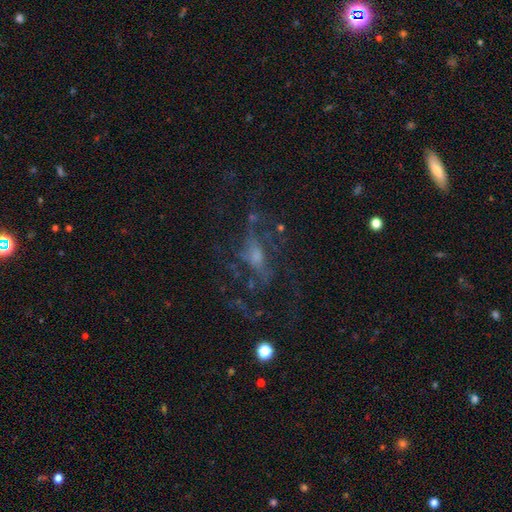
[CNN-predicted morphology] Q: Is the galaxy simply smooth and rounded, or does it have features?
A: featured or disk — 66%.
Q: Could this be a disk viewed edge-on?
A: no — 92%.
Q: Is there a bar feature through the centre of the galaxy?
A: no — 58%.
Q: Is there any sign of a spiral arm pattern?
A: yes — 64%.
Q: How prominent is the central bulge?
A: small — 41%.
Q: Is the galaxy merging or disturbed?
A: none — 50%.